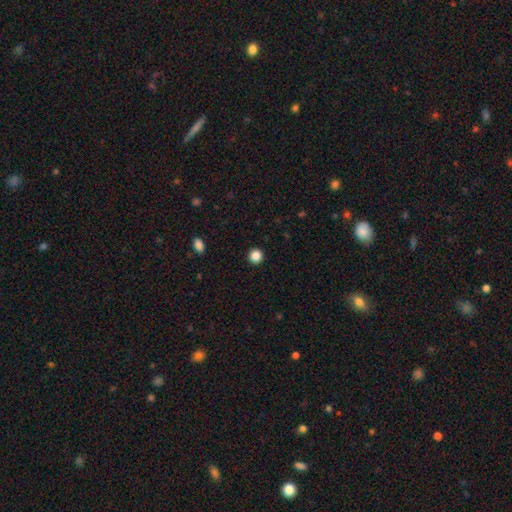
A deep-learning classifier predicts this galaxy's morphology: type=smooth (86%); roundness=round (94%); merging=none (93%).